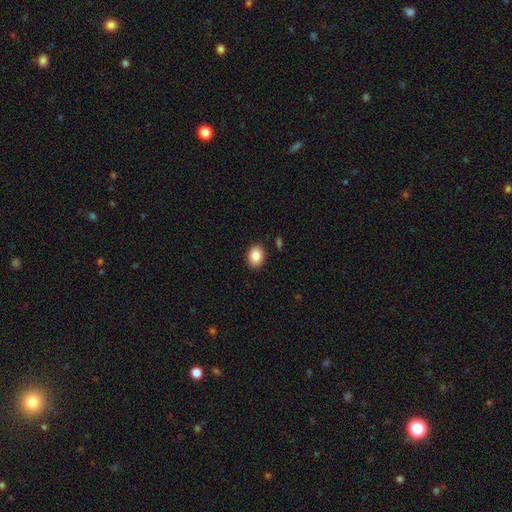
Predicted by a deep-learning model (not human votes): Smooth or featured? Predicted: smooth (p=0.86). How rounded? Predicted: in between (p=0.64). Merging? Predicted: none (p=0.89).